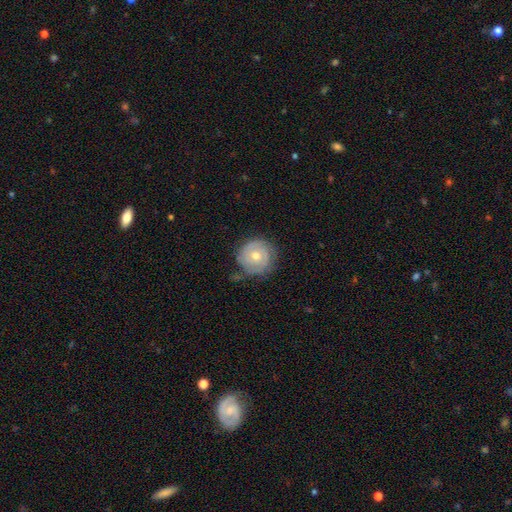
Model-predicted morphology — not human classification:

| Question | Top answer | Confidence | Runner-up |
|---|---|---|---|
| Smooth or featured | featured or disk | 60% | smooth (33%) |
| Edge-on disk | no | 97% | yes (3%) |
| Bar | no | 80% | weak (16%) |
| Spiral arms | yes | 75% | no (25%) |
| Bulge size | moderate | 69% | small (27%) |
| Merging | none | 70% | minor disturbance (20%) |